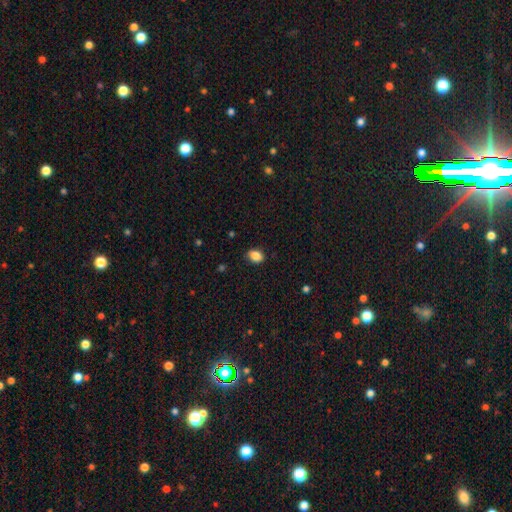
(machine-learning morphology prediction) The model was most divided on "how rounded": in between: 74%, round: 25%, cigar-shaped: 1%. More confident: smooth or featured — smooth (87%); merging — none (86%).